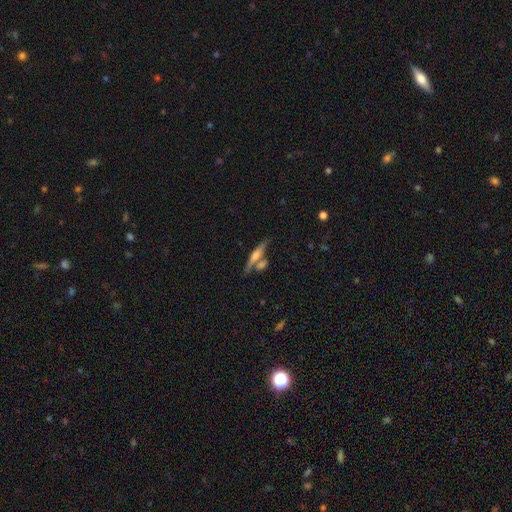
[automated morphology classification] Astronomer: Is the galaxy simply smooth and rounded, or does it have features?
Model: featured or disk — 51% (runner-up: smooth, 41%).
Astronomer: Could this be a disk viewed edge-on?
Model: yes — 92%.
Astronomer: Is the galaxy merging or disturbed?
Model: none — 60%.